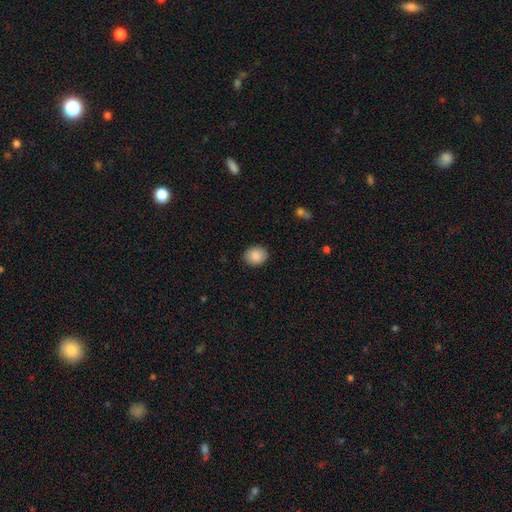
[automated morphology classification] A smooth galaxy with no disk features (87%) that is round (60%).

Vote fractions:
- Smooth or featured? smooth: 87% / star or artifact: 8% / featured or disk: 5%
- How rounded? round: 60% / in between: 39% / cigar-shaped: 1%
- Merging? none: 89% / minor disturbance: 8% / major disturbance: 2% / merger: 1%